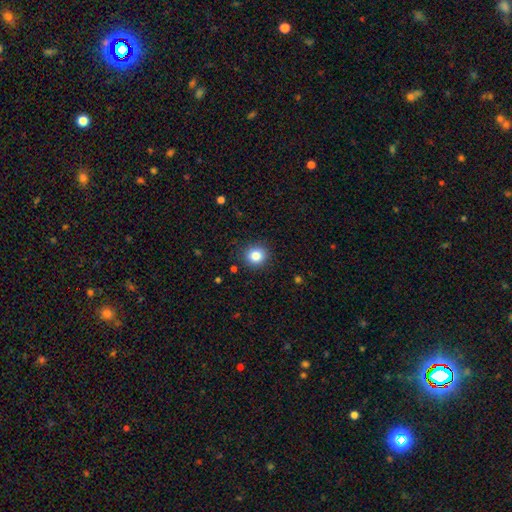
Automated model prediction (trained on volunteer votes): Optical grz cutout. It shows a smooth galaxy with no disk features (83%) that is round (89%). Merging: none (90%).